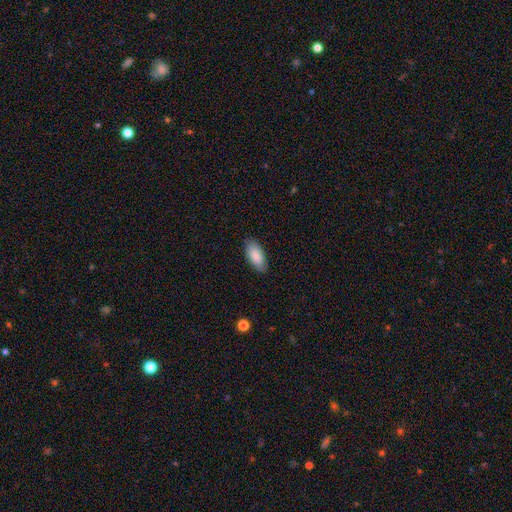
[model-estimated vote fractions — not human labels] This appears to be a smooth galaxy with no disk features (86%) that is in between round and cigar-shaped (91%). Merging: none (85%).